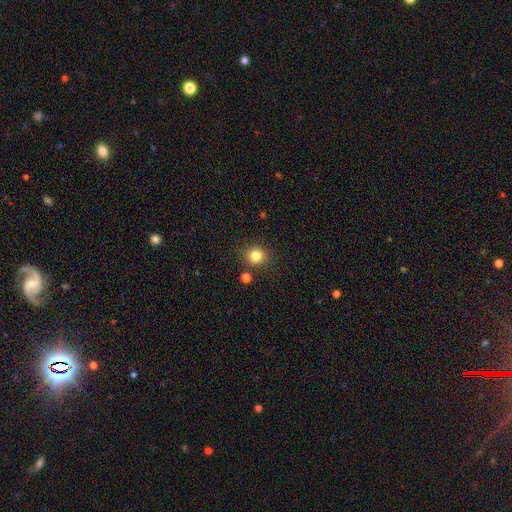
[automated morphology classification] A smooth galaxy with no disk features (82%) that is round (90%).

Vote fractions:
- Smooth or featured? smooth: 82% / star or artifact: 13% / featured or disk: 5%
- How rounded? round: 90% / in between: 9% / cigar-shaped: 1%
- Merging? none: 86% / minor disturbance: 7% / merger: 4% / major disturbance: 2%